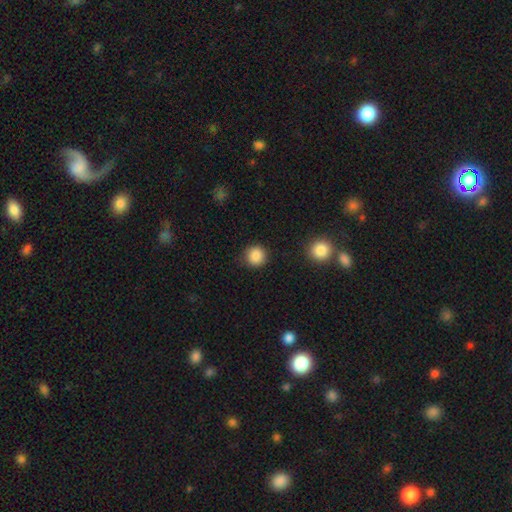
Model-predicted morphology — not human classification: A smooth galaxy with no disk features (87%) that is round (93%).

Vote fractions:
- Smooth or featured? smooth: 87% / star or artifact: 9% / featured or disk: 3%
- How rounded? round: 93% / in between: 6% / cigar-shaped: 1%
- Merging? none: 88% / minor disturbance: 8% / major disturbance: 3% / merger: 2%